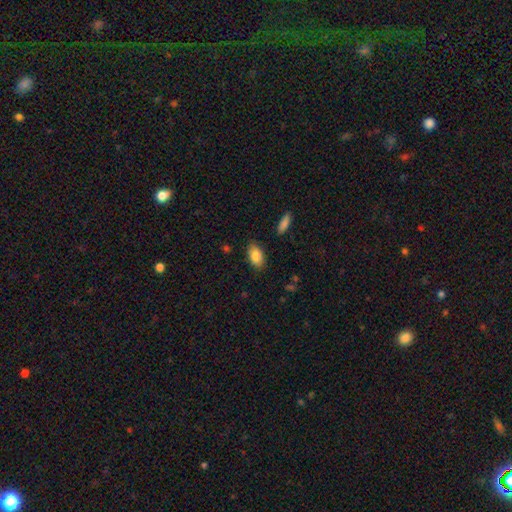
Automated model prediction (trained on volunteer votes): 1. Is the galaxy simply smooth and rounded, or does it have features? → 84% smooth, 9% featured or disk, 7% star or artifact.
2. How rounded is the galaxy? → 91% in between, 6% round, 2% cigar-shaped.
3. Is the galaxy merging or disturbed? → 84% none, 12% minor disturbance, 3% major disturbance, 1% merger.